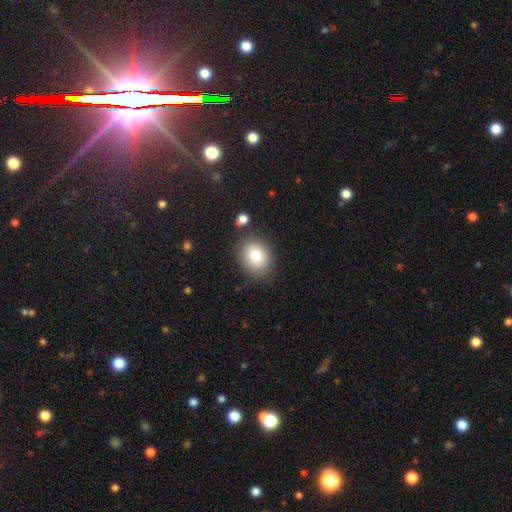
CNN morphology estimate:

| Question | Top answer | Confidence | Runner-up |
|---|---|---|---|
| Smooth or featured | smooth | 79% | featured or disk (11%) |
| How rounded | round | 56% | in between (43%) |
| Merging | none | 81% | minor disturbance (11%) |